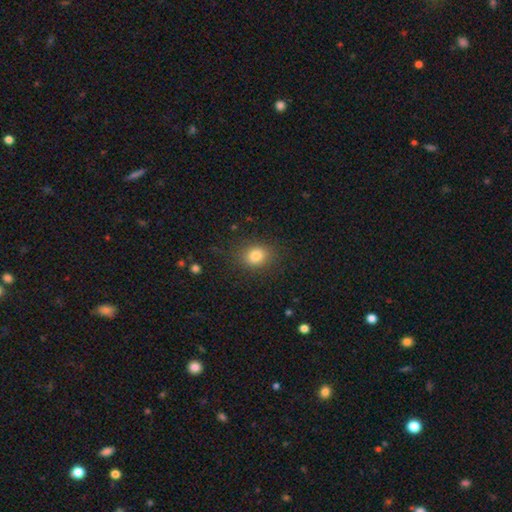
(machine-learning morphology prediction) A smooth galaxy with no disk features (82%) that is round (54%).

Vote fractions:
- Smooth or featured? smooth: 82% / star or artifact: 11% / featured or disk: 7%
- How rounded? round: 54% / in between: 45% / cigar-shaped: 1%
- Merging? none: 84% / minor disturbance: 10% / major disturbance: 4% / merger: 1%